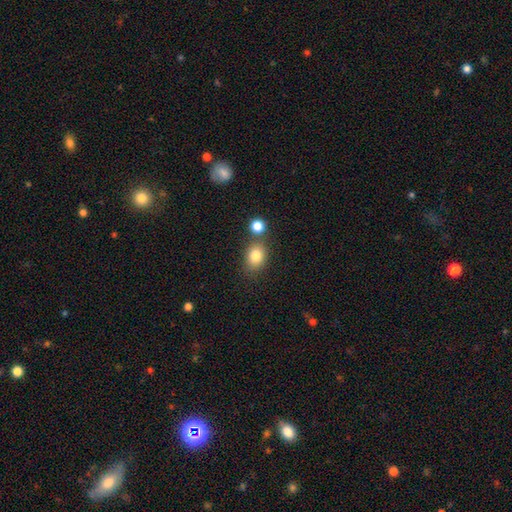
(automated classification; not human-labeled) smooth_or_featured: smooth (p=0.81) [alt: star or artifact p=0.10]
how_rounded: in between (p=0.52) [alt: round p=0.46]
merging: none (p=0.68) [alt: merger p=0.17]